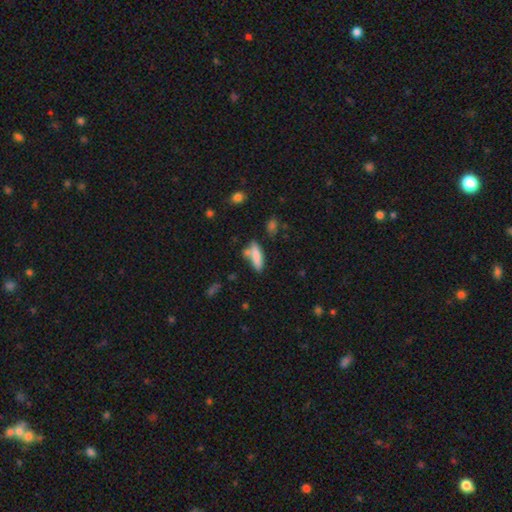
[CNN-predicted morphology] This is clearly a smooth galaxy (80%). How rounded: possibly cigar-shaped (55%). Merging: possibly none (56%).